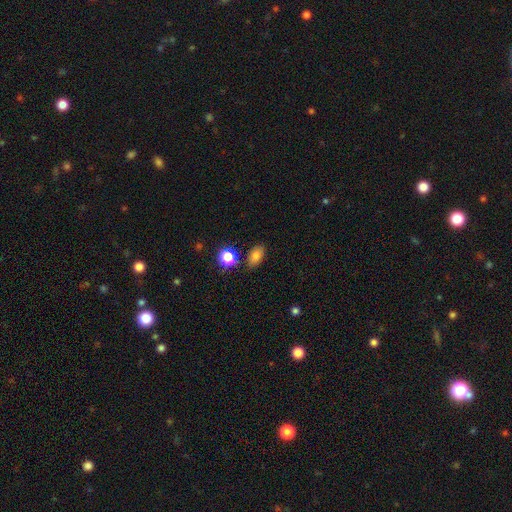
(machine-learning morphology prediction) smooth_or_featured: smooth (p=0.79) [alt: star or artifact p=0.13]
how_rounded: in between (p=0.85) [alt: round p=0.13]
merging: none (p=0.80) [alt: minor disturbance p=0.12]